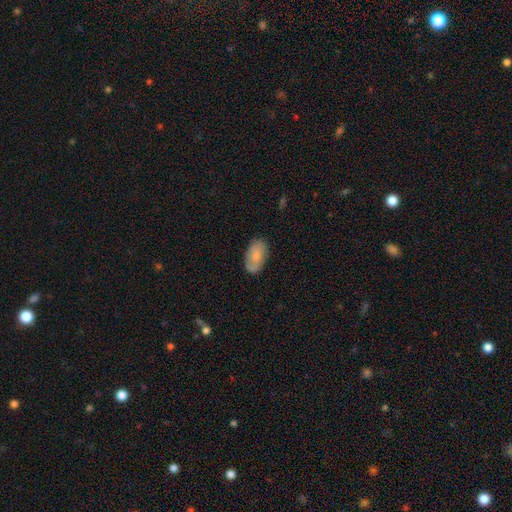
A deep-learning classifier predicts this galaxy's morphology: This is likely a smooth galaxy (74%). How rounded: clearly in between (94%). Merging: likely none (79%).